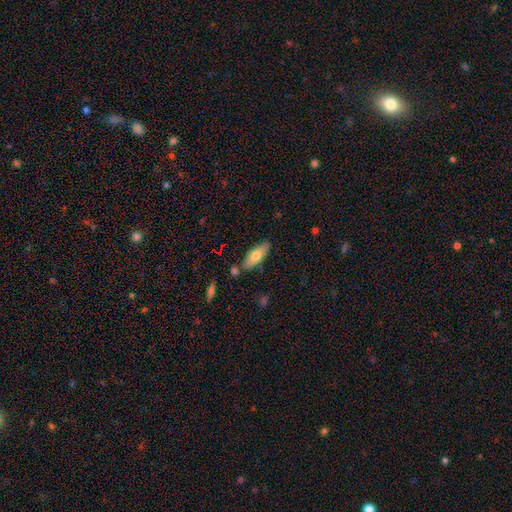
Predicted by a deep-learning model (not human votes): This appears to be a smooth galaxy with no disk features (71%) that is in between round and cigar-shaped (74%). Merging: none (79%).